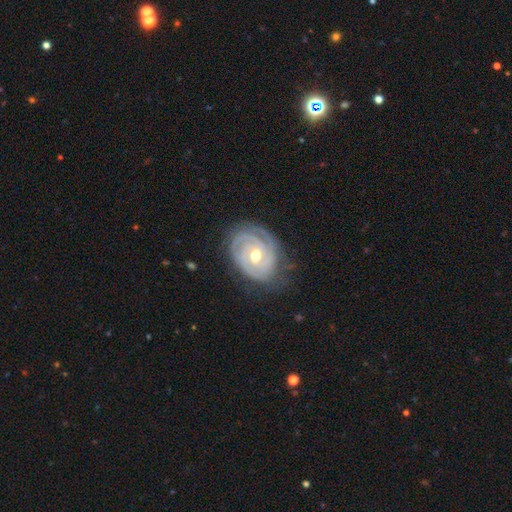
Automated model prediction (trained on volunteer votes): This appears to be a featured or disk galaxy (90%) with no bar (54%), 3 (38%) tight (80%) spiral arms (98%) and a moderate central bulge (69%). Merging: none (73%).